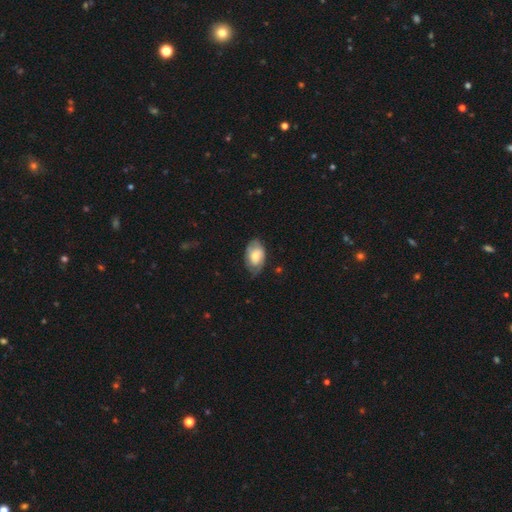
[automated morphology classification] A smooth galaxy with no disk features (52%) that is in between round and cigar-shaped (91%).

Vote fractions:
- Smooth or featured? smooth: 52% / featured or disk: 42% / star or artifact: 7%
- How rounded? in between: 91% / round: 8% / cigar-shaped: 2%
- Merging? none: 66% / minor disturbance: 26% / major disturbance: 7% / merger: 1%